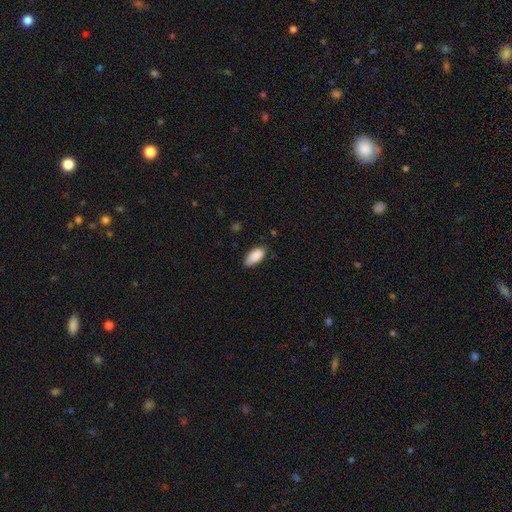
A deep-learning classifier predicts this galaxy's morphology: Smooth or featured: smooth — 89% (star or artifact — 7%)
How rounded: in between — 92% (cigar-shaped — 5%)
Merging: none — 72% (minor disturbance — 23%)